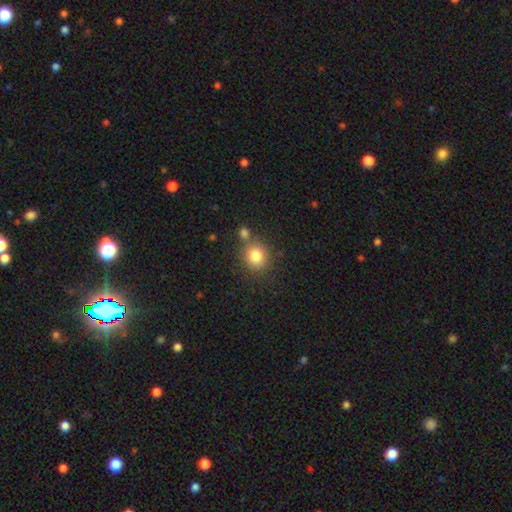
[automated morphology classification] smooth-or-featured: smooth: 82% | star or artifact: 11% | featured or disk: 8%
  how-rounded: round: 84% | in between: 16% | cigar-shaped: 1%
  merging: none: 68% | merger: 18% | minor disturbance: 10% | major disturbance: 4%